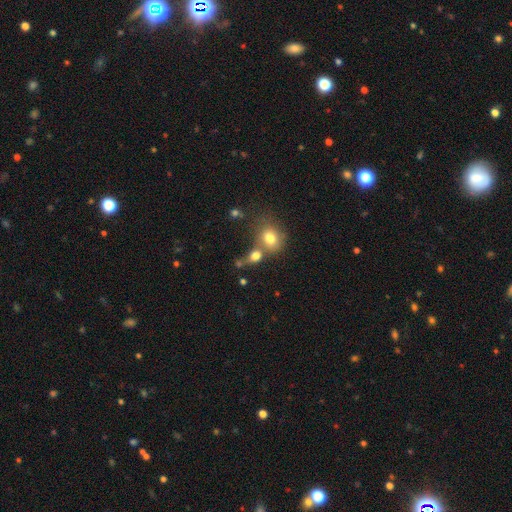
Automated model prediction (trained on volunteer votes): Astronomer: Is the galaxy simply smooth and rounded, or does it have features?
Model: smooth — 75%.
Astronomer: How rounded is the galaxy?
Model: in between — 49% (runner-up: round, 48%).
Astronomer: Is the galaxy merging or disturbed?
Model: merger — 44% (runner-up: none, 39%).